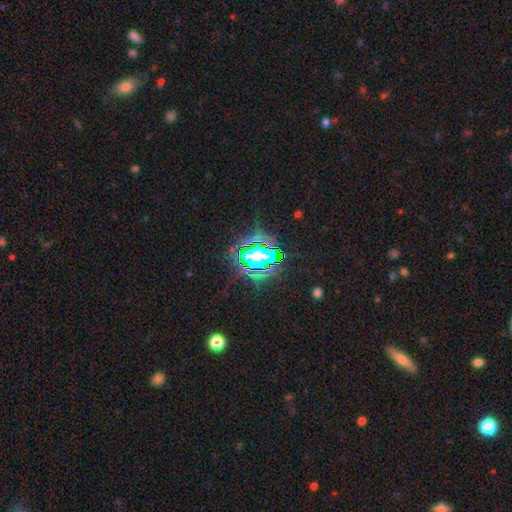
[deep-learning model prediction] Smooth or featured: star or artifact — 73% (smooth — 14%)